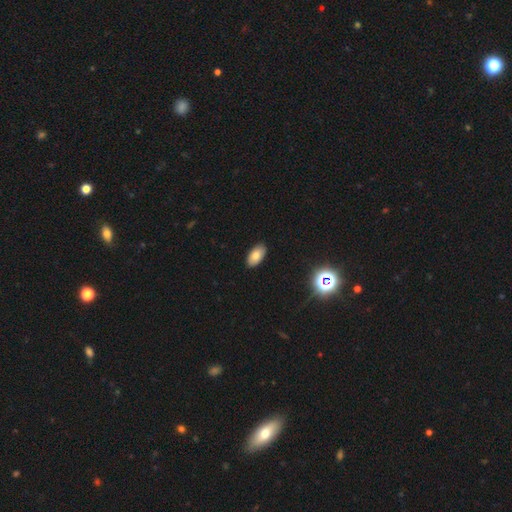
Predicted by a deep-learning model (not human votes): This is likely a smooth galaxy (78%). How rounded: clearly in between (95%). Merging: clearly none (89%).